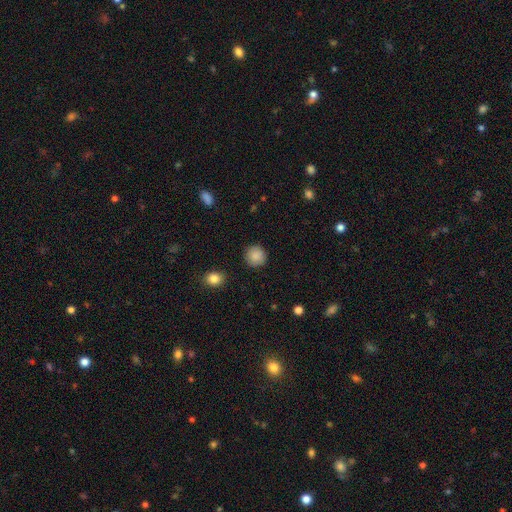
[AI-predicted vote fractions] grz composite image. It shows a smooth galaxy with no disk features (89%) that is round (93%). Merging: none (91%).